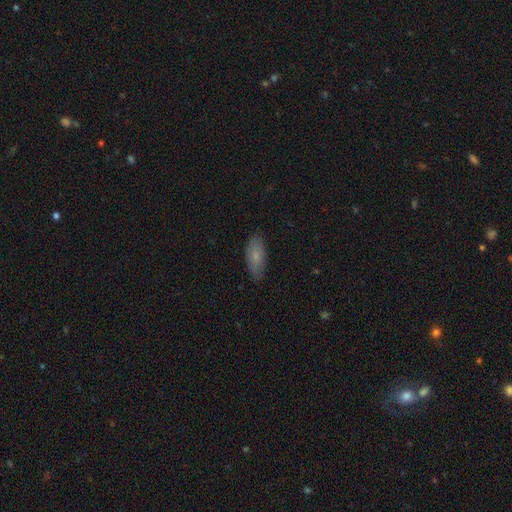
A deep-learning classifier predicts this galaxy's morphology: A smooth galaxy with no disk features (75%) that is in between round and cigar-shaped (72%). Merging: none (81%).